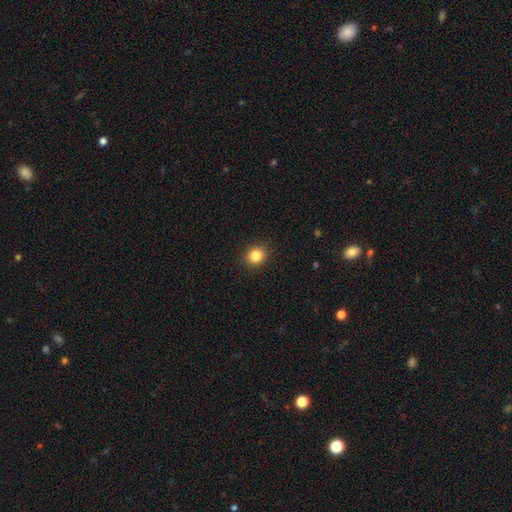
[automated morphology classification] Q: Smooth or featured?
A: smooth (84%); runner-up: star or artifact (11%)
Q: How rounded?
A: round (76%); runner-up: in between (23%)
Q: Merging?
A: none (91%); runner-up: minor disturbance (6%)